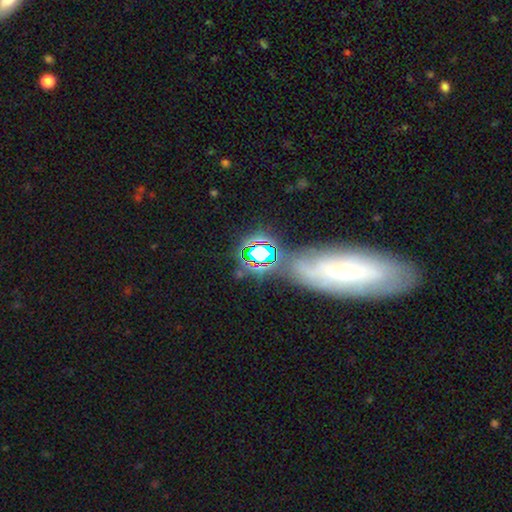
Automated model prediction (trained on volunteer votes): Smooth or featured: star or artifact — 37% (smooth — 32%)